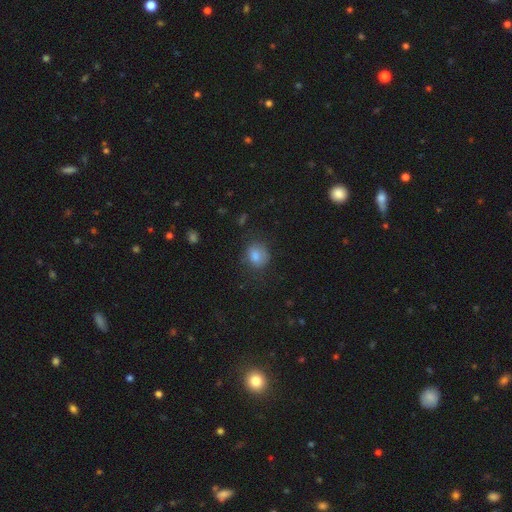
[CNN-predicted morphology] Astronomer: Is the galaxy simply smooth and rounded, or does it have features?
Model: smooth — 80%.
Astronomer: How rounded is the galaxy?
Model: round — 72%.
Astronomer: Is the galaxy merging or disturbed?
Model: none — 75%.